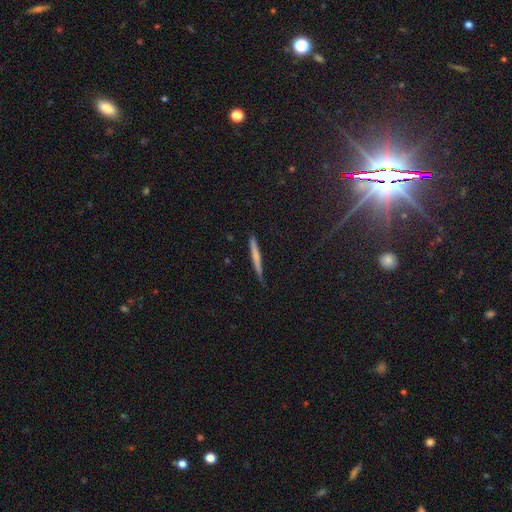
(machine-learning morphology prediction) smooth 56%, featured or disk 36%, star or artifact 8%. Down the decision tree: how rounded — cigar-shaped (96%); merging — none (83%).